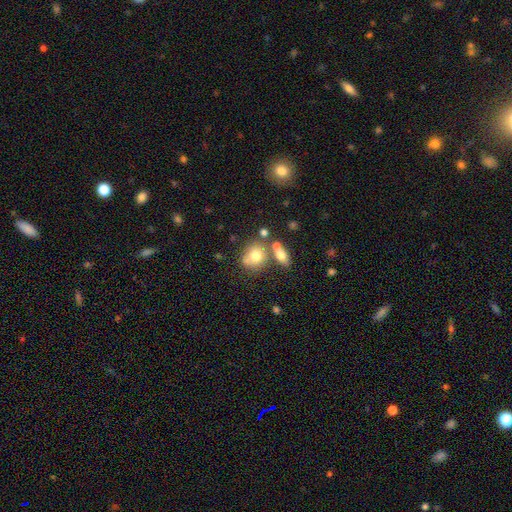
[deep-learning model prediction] A smooth galaxy with no disk features (72%) that is round (66%).

Vote fractions:
- Smooth or featured? smooth: 72% / featured or disk: 17% / star or artifact: 11%
- How rounded? round: 66% / in between: 33% / cigar-shaped: 1%
- Merging? none: 50% / merger: 30% / minor disturbance: 14% / major disturbance: 6%